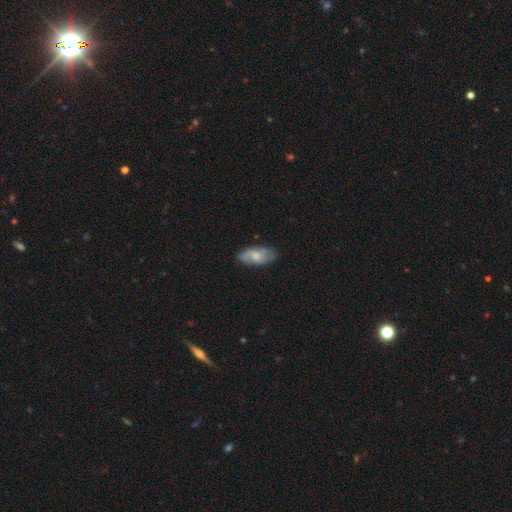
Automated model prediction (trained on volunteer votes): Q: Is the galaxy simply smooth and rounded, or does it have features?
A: smooth — 53%.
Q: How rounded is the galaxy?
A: in between — 89%.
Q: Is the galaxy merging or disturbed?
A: none — 73%.